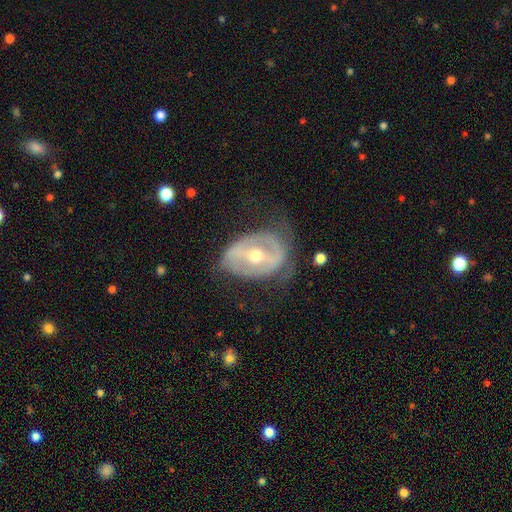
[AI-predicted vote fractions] featured or disk 77%, smooth 17%, star or artifact 6%. Down the decision tree: edge-on disk — no (93%); bar — strong (54%); spiral arms — yes (51%); bulge size — moderate (62%); merging — none (55%).